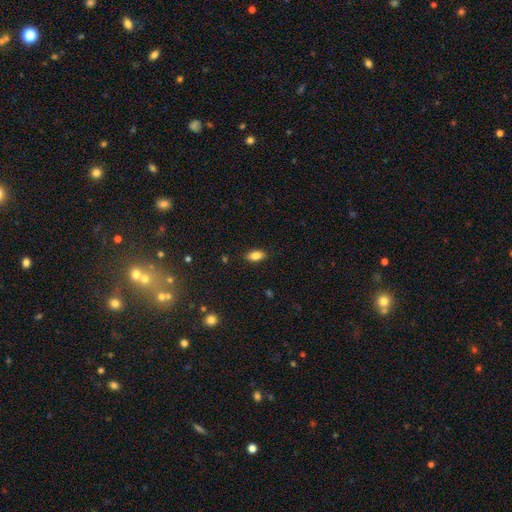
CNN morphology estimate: Overall: smooth (82%). How rounded: in between (87%). Merging: none (86%).